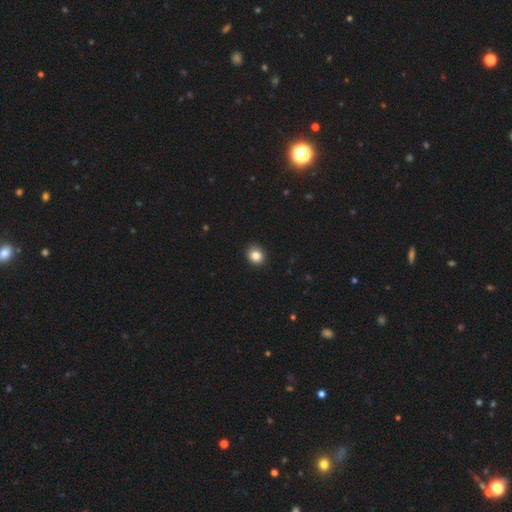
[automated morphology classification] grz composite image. It shows a smooth galaxy with no disk features (85%) that is round (77%). Merging: none (91%).